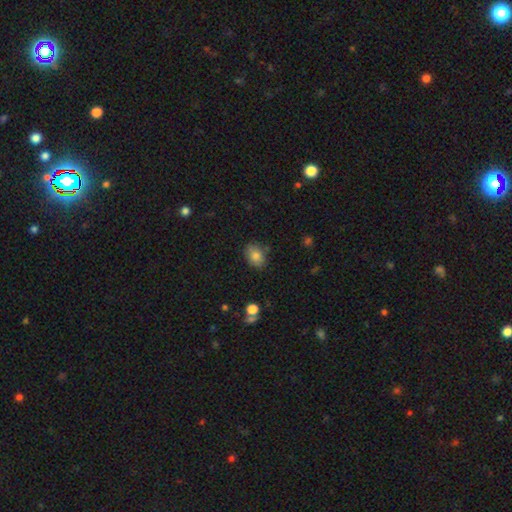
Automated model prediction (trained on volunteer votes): Smooth or featured: smooth — 81% (star or artifact — 10%)
How rounded: in between — 74% (round — 25%)
Merging: none — 81% (minor disturbance — 14%)